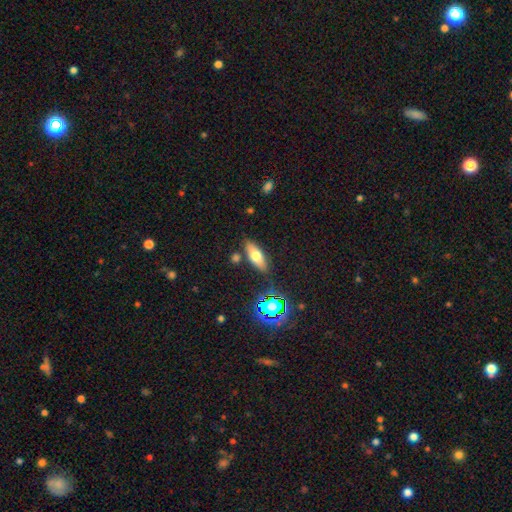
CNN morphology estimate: This appears to be a smooth galaxy with no disk features (62%) that is in between round and cigar-shaped (66%). Merging: none (79%).